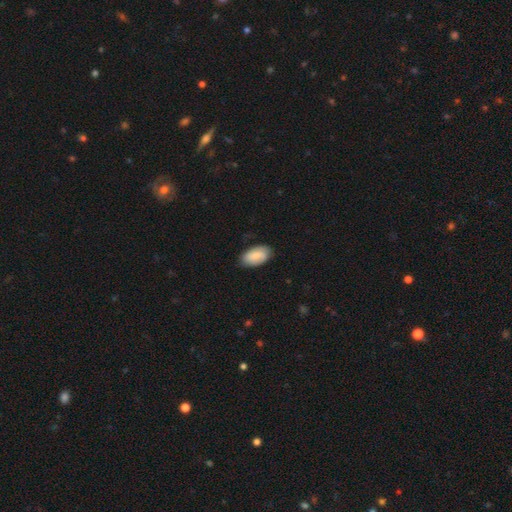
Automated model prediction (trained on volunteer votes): smooth_or_featured: smooth (p=0.73) [alt: featured or disk p=0.21]
how_rounded: in between (p=0.94) [alt: round p=0.04]
merging: none (p=0.81) [alt: minor disturbance p=0.15]